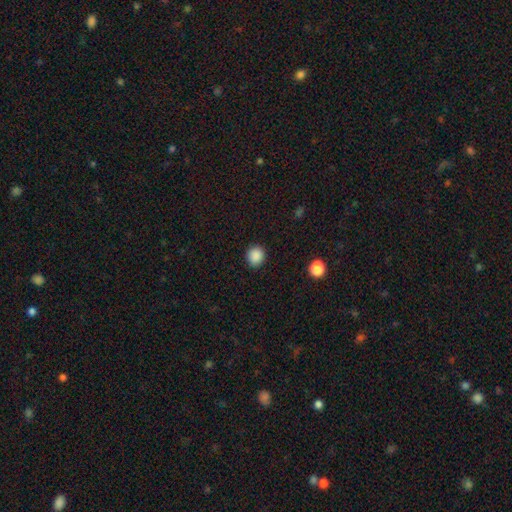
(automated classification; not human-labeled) This appears to be a smooth galaxy with no disk features (88%) that is round (85%). Merging: none (90%).